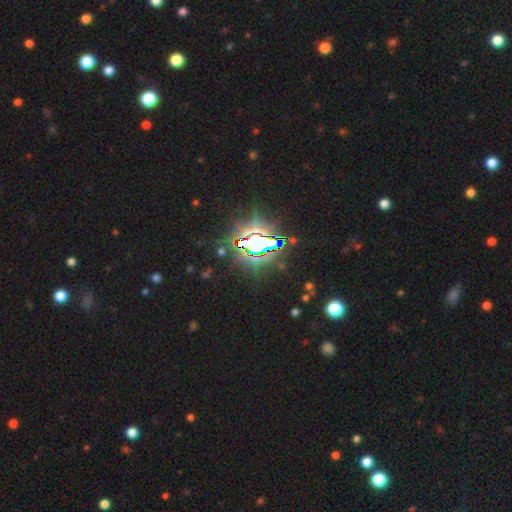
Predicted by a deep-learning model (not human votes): Morphology: type=star or artifact (78%).